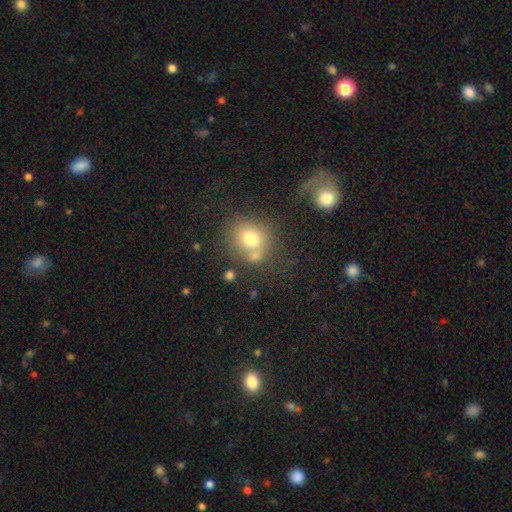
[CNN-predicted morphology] A smooth galaxy with no disk features (70%) that is round (80%).

Vote fractions:
- Smooth or featured? smooth: 70% / featured or disk: 15% / star or artifact: 14%
- How rounded? round: 80% / in between: 19% / cigar-shaped: 1%
- Merging? none: 53% / merger: 26% / minor disturbance: 13% / major disturbance: 8%